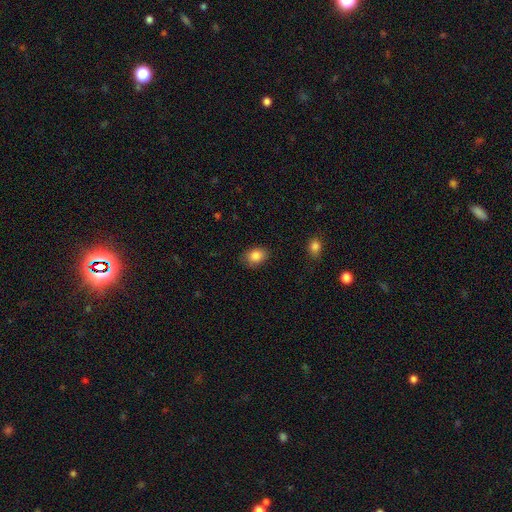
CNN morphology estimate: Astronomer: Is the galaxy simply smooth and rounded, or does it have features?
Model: smooth — 86%.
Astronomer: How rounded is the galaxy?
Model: in between — 68%.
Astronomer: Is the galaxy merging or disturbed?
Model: none — 82%.